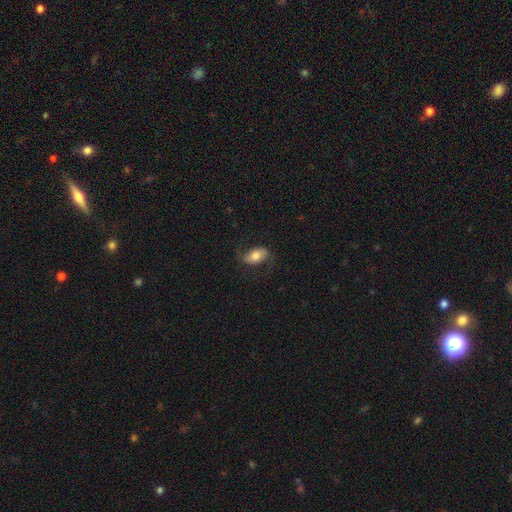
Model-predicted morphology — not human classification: smooth-or-featured: featured or disk: 46% (tied) | smooth: 46% (tied) | star or artifact: 8%
  merging: none: 70% | minor disturbance: 17% | major disturbance: 11% | merger: 1%